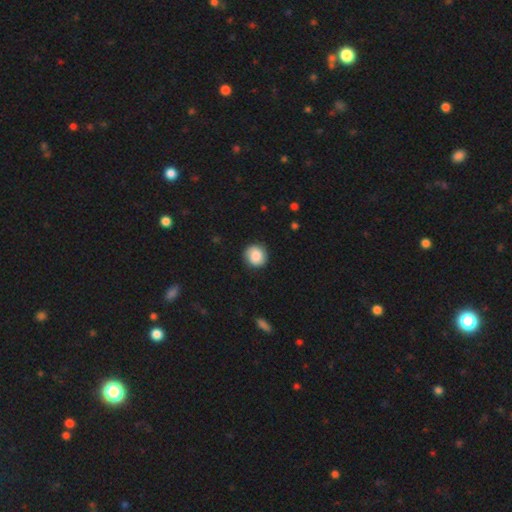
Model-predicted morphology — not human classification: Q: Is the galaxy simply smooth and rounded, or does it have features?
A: smooth — 81%.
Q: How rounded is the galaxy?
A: round — 90%.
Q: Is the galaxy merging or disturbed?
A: none — 85%.